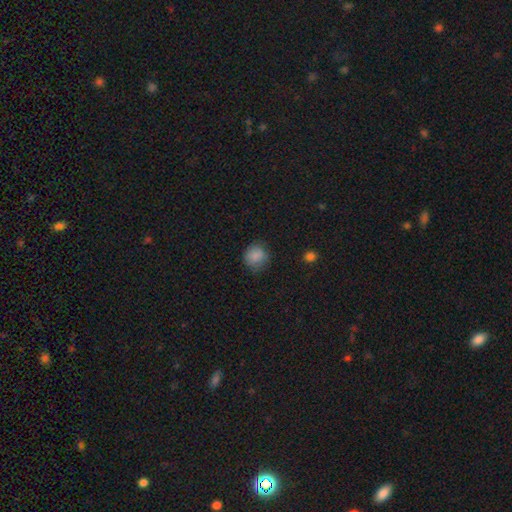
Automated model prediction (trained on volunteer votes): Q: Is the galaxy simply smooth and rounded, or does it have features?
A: smooth — 85%.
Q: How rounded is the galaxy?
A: round — 83%.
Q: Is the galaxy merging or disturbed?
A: none — 78%.